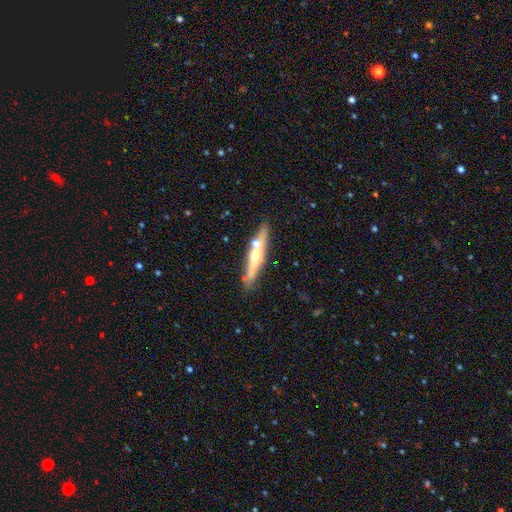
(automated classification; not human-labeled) Morphology: type=featured or disk (55%); edge-on=yes (89%); merging=none (72%).